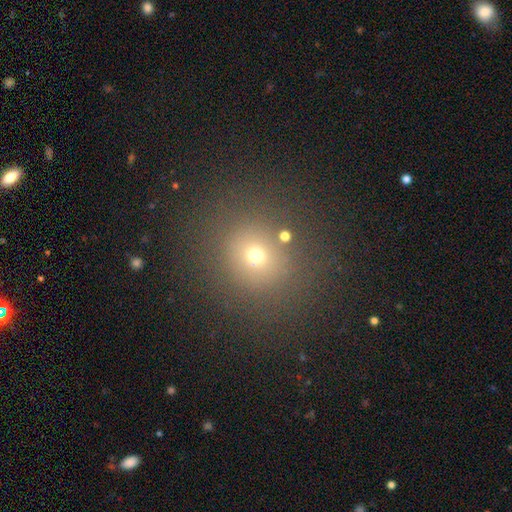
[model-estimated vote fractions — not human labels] Overall: smooth (65%; star or artifact 26%). How rounded: round (85%). Merging: none (84%).